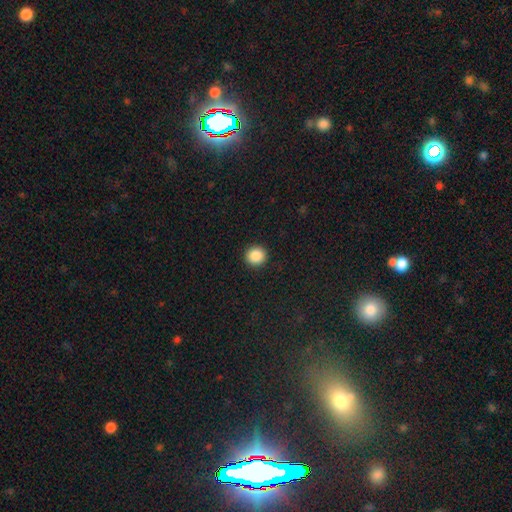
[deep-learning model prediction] Q: Smooth or featured?
A: smooth (88%); runner-up: star or artifact (9%)
Q: How rounded?
A: round (91%); runner-up: in between (8%)
Q: Merging?
A: none (92%); runner-up: minor disturbance (5%)